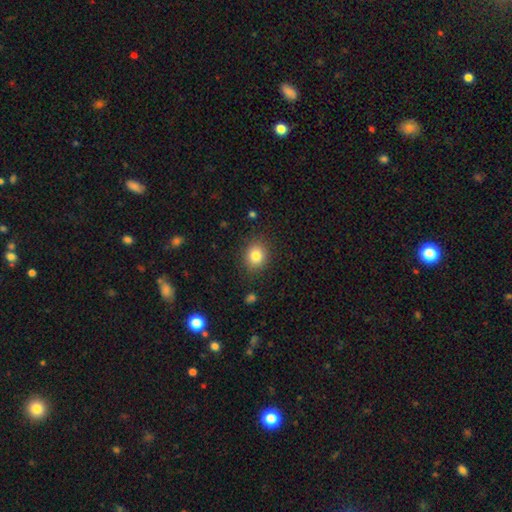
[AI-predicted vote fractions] smooth-or-featured: smooth: 82% | star or artifact: 11% | featured or disk: 7%
  how-rounded: round: 72% | in between: 27% | cigar-shaped: 1%
  merging: none: 87% | minor disturbance: 9% | major disturbance: 3% | merger: 1%